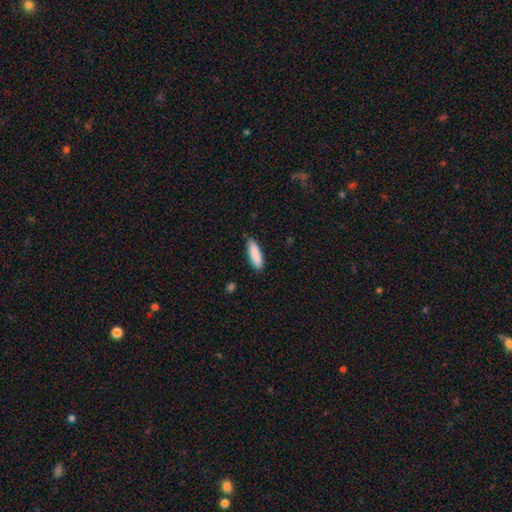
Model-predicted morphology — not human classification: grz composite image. It shows a smooth galaxy with no disk features (89%) that is in between round and cigar-shaped (49%, tied with cigar-shaped). Merging: none (85%).